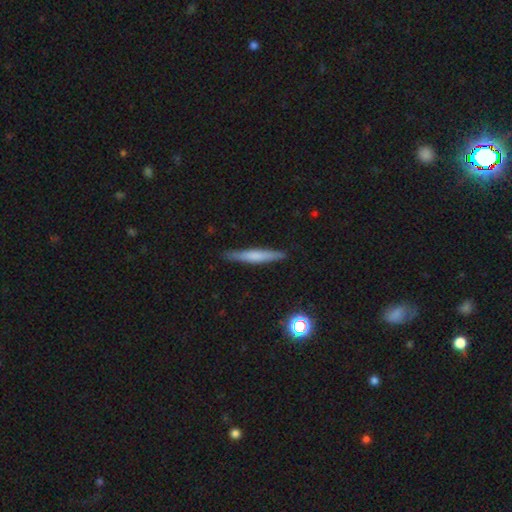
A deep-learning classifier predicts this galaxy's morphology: The model was most divided on "smooth or featured": smooth: 58%, featured or disk: 35%, star or artifact: 7%. More confident: how rounded — cigar-shaped (94%); merging — none (88%).